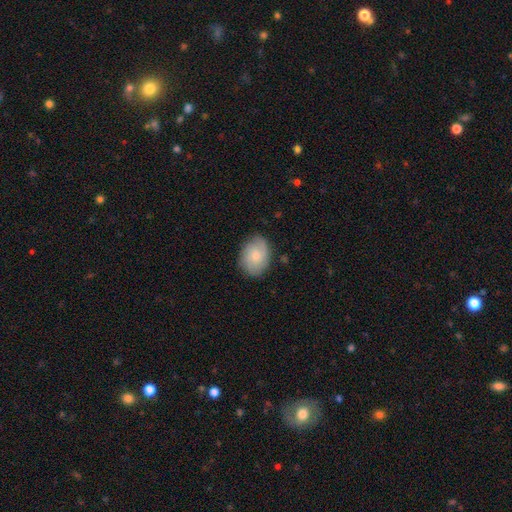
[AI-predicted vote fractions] Smooth or featured? Predicted: smooth (p=0.49). Merging? Predicted: none (p=0.79).